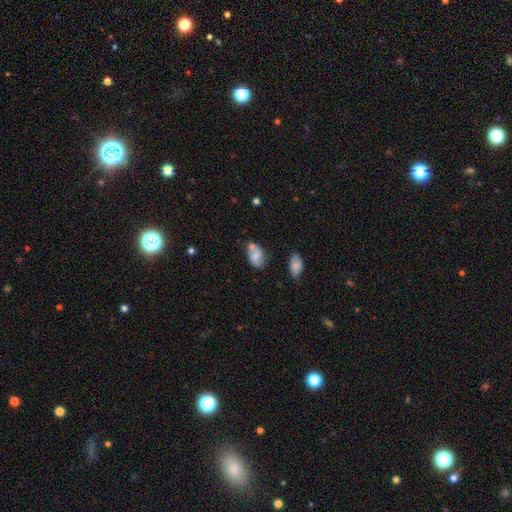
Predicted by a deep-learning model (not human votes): Morphology: type=smooth (61%); roundness=in between (84%); merging=none (52%).